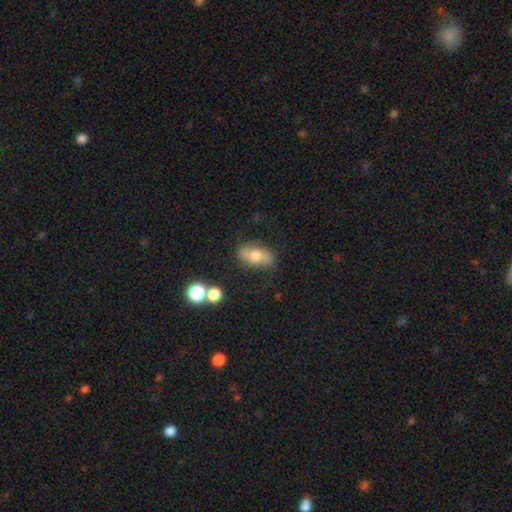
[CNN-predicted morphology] This appears to be a smooth galaxy with no disk features (55%) that is in between round and cigar-shaped (83%). Merging: none (74%).